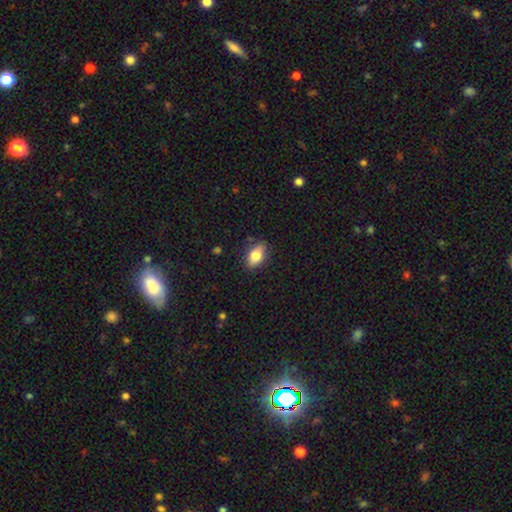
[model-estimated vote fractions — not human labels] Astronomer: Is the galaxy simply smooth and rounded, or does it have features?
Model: smooth — 76%.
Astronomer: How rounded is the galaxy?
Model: in between — 85%.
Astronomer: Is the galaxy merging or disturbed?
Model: none — 82%.